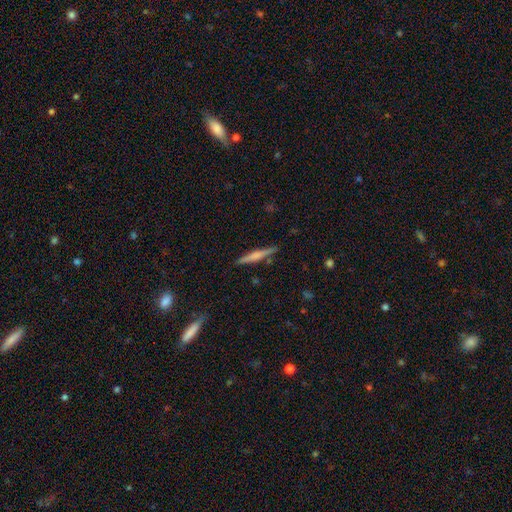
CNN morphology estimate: type=featured or disk (53%); edge-on=yes (98%); edge-on bulge=rounded (56%); merging=none (89%).